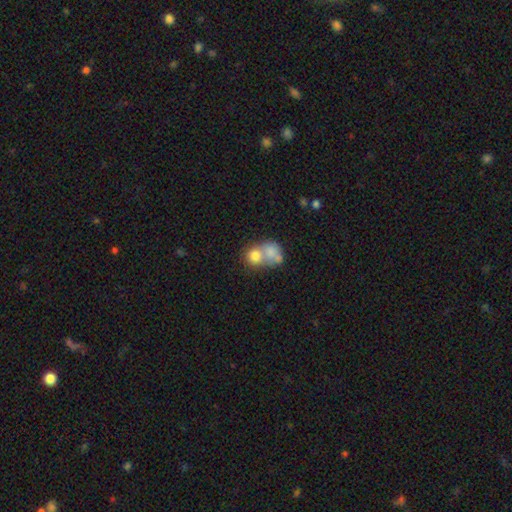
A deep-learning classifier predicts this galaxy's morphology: Smooth or featured? smooth (72%)
How rounded? round (66%)
Merging? merger (66%)